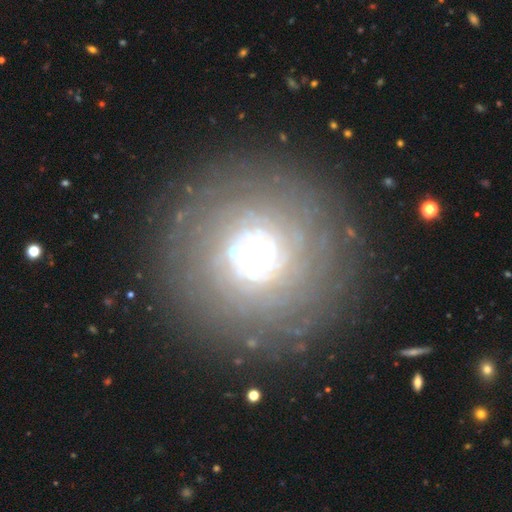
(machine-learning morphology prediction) Smooth or featured? Predicted: featured or disk (p=0.81). Edge-on disk? Predicted: no (p=0.97). Bar? Predicted: no (p=0.60). Spiral arms? Predicted: yes (p=0.92). Spiral winding? Predicted: tight (p=0.84). Spiral arm count? Predicted: can't tell (p=0.39). Bulge size? Predicted: moderate (p=0.52). Merging? Predicted: none (p=0.83).